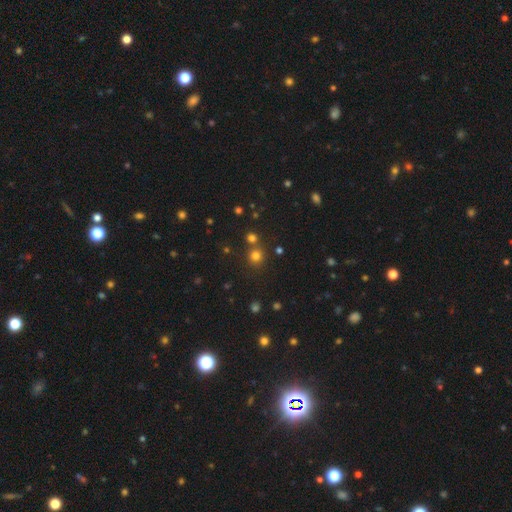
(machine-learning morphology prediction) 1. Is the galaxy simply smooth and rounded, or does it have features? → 74% smooth, 20% star or artifact, 6% featured or disk.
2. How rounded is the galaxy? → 91% round, 8% in between, 1% cigar-shaped.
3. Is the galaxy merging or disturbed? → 75% none, 15% merger, 7% minor disturbance, 3% major disturbance.